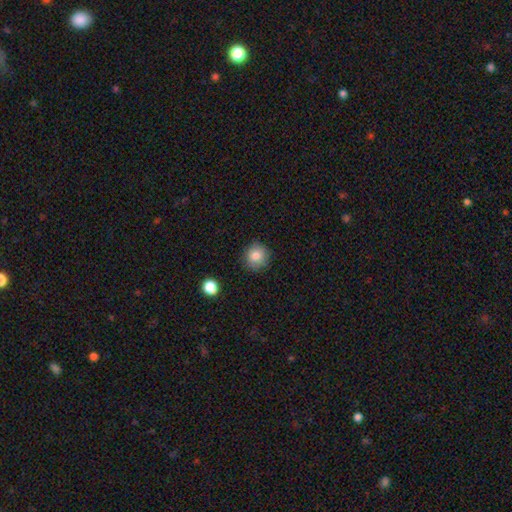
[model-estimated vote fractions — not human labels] Q: Smooth or featured?
A: smooth (84%); runner-up: star or artifact (10%)
Q: How rounded?
A: round (93%); runner-up: in between (6%)
Q: Merging?
A: none (87%); runner-up: minor disturbance (9%)